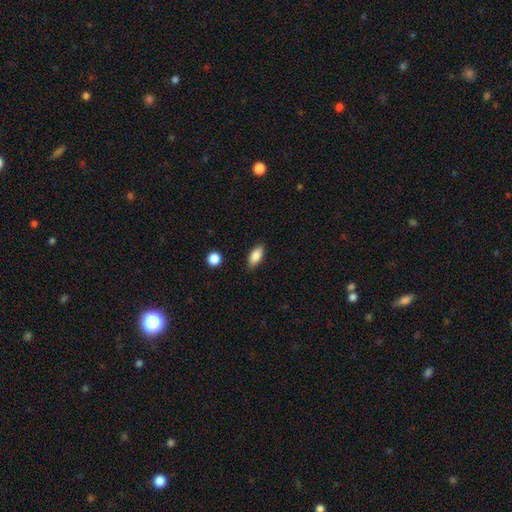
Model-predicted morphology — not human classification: This is clearly a smooth galaxy (85%). How rounded: clearly in between (87%). Merging: clearly none (86%).